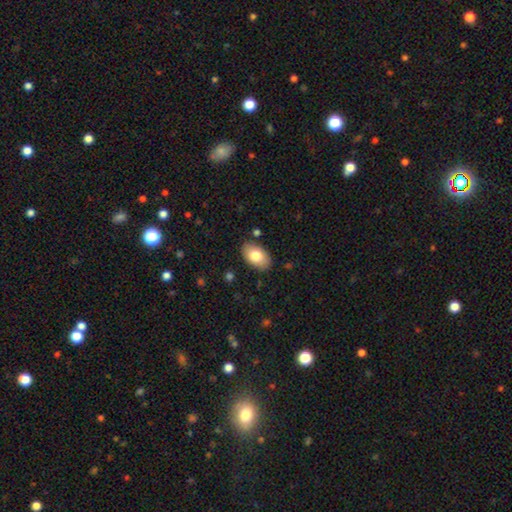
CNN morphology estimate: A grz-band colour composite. It shows a smooth galaxy with no disk features (79%) that is in between round and cigar-shaped (91%). Merging: none (85%).